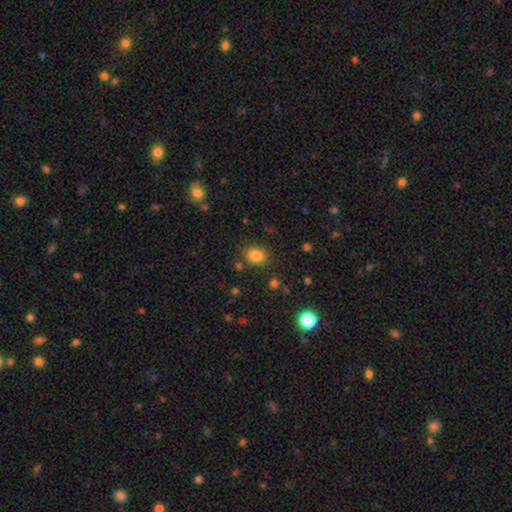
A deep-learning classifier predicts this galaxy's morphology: type=smooth (82%); roundness=in between (59%); merging=none (81%).